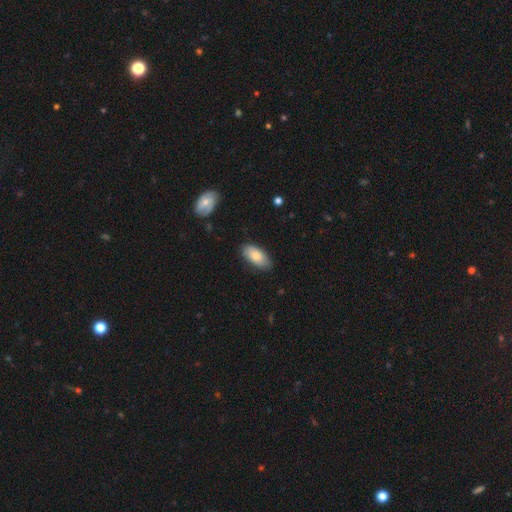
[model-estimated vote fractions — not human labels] smooth 79%, featured or disk 14%, star or artifact 6%. Down the decision tree: how rounded — in between (92%); merging — none (83%).